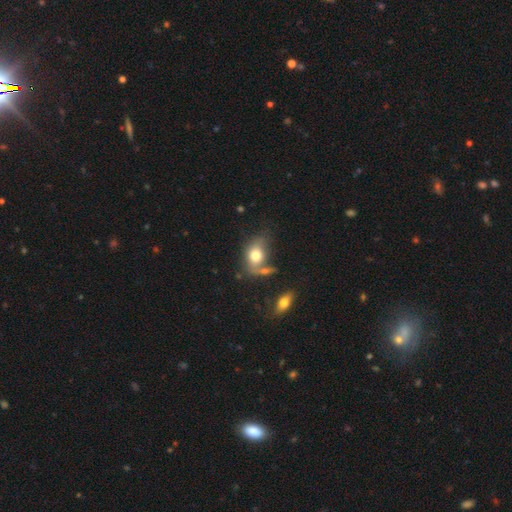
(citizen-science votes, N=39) A smooth galaxy with no disk features (87%) that is in between round and cigar-shaped (59%).

Vote fractions:
- Smooth or featured? smooth: 87% / star or artifact: 10% / featured or disk: 3%
- How rounded? in between: 59% / round: 38% / cigar-shaped: 3%
- Merging? none: 54% / minor disturbance: 26% / merger: 14% / major disturbance: 6%